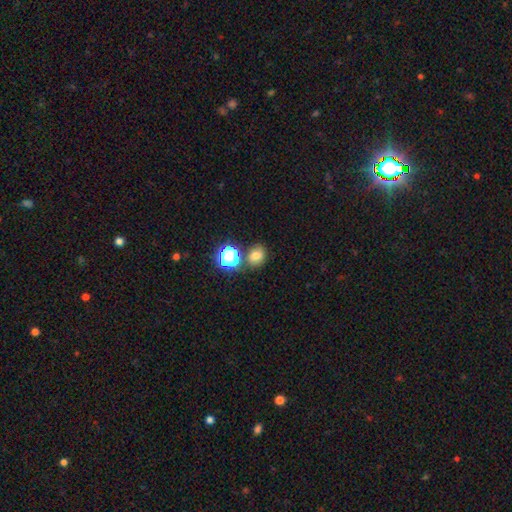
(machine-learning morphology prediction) Smooth or featured: smooth — 72% (star or artifact — 19%)
How rounded: round — 60% (in between — 39%)
Merging: none — 68% (minor disturbance — 14%)